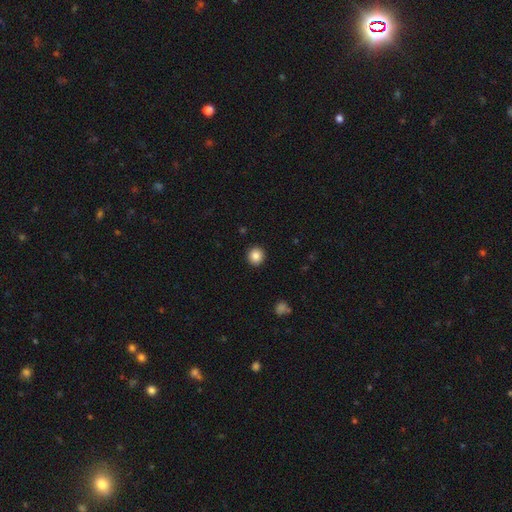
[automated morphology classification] This is clearly a smooth galaxy (86%). How rounded: clearly round (93%). Merging: clearly none (93%).